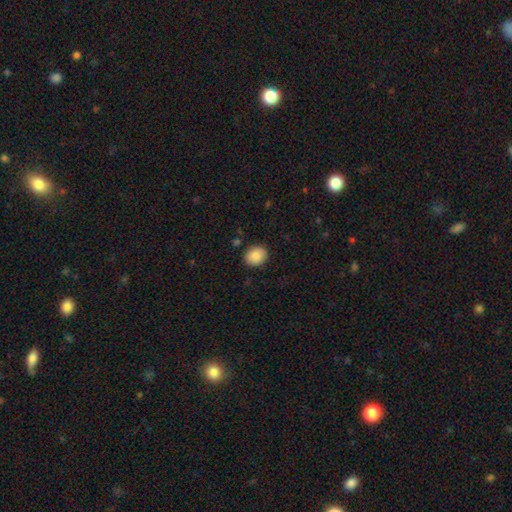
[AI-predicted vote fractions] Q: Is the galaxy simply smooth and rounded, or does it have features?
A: smooth — 87%.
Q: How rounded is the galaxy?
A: round — 56%.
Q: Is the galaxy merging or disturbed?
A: none — 87%.